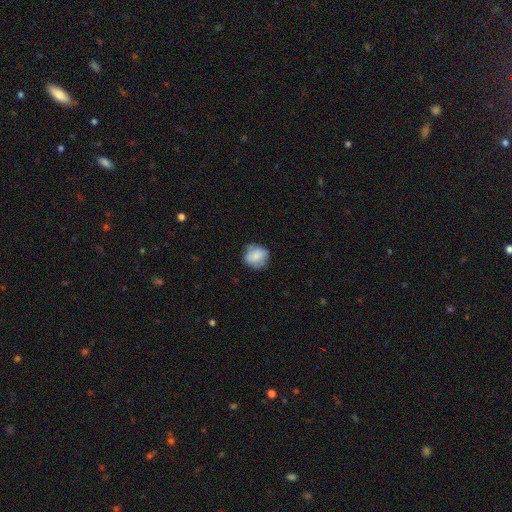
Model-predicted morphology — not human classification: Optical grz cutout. It shows a smooth galaxy with no disk features (76%) that is round (82%). Merging: none (68%).